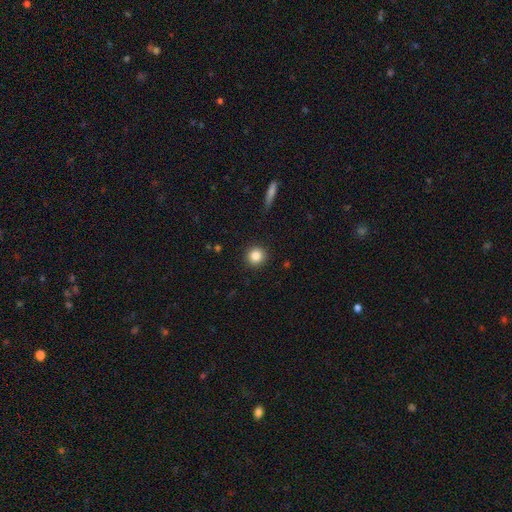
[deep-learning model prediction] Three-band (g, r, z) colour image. It shows a smooth galaxy with no disk features (85%) that is round (94%). Merging: none (92%).